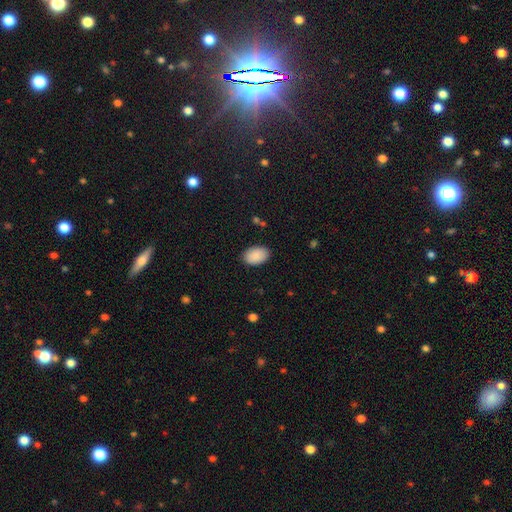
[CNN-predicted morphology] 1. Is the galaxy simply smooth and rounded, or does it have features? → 90% smooth, 6% star or artifact, 4% featured or disk.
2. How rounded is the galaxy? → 90% in between, 8% round, 1% cigar-shaped.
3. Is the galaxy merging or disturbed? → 88% none, 9% minor disturbance, 2% major disturbance, 1% merger.